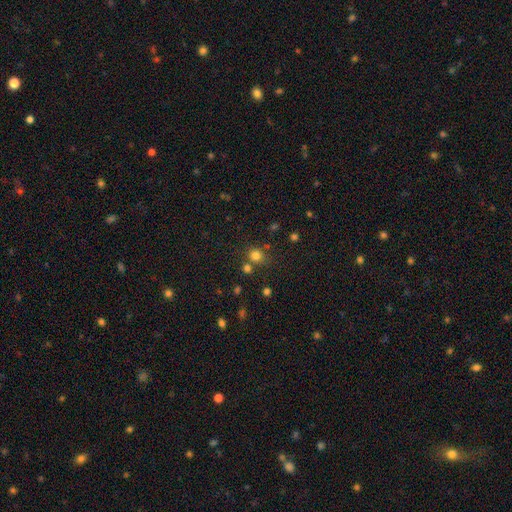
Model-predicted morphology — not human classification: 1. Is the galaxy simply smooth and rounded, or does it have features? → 77% smooth, 17% star or artifact, 6% featured or disk.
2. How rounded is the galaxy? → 84% round, 15% in between, 1% cigar-shaped.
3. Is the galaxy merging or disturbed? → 69% none, 18% merger, 10% minor disturbance, 4% major disturbance.